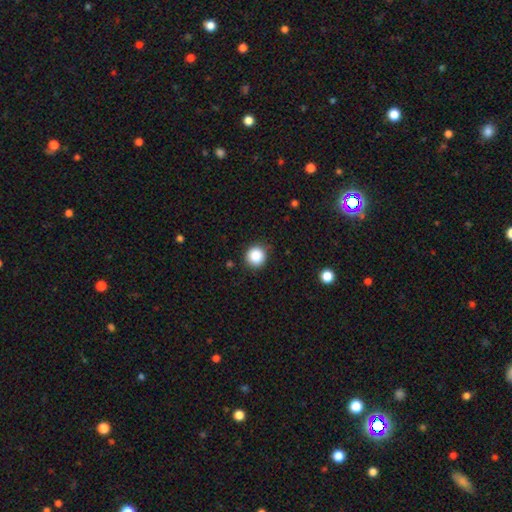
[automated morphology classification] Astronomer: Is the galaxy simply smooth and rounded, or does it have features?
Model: smooth — 87%.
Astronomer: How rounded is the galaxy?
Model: round — 94%.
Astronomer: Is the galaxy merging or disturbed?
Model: none — 88%.